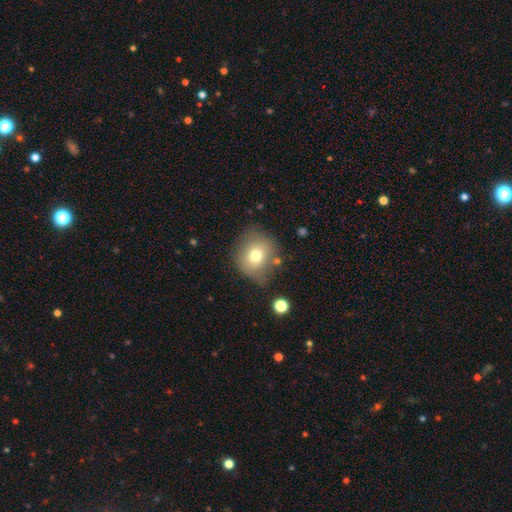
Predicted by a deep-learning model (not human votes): Smooth or featured: smooth — 71% (featured or disk — 19%)
How rounded: round — 75% (in between — 24%)
Merging: none — 62% (minor disturbance — 24%)